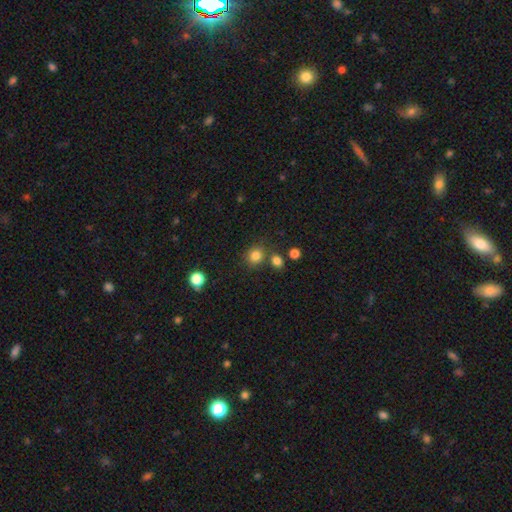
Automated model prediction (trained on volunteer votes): Smooth or featured? smooth (82%)
How rounded? round (84%)
Merging? none (74%)